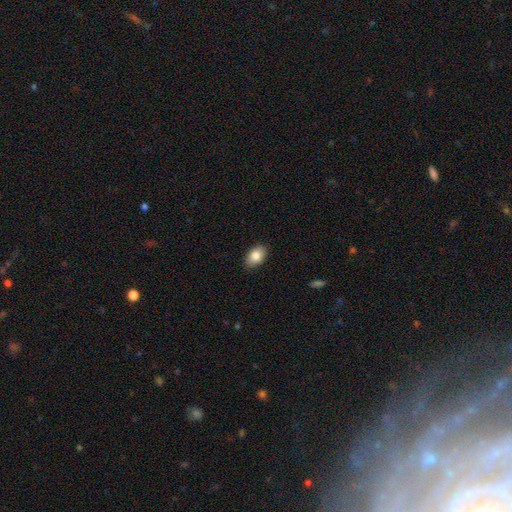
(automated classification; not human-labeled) A smooth galaxy with no disk features (84%) that is in between round and cigar-shaped (90%). Merging: none (88%).